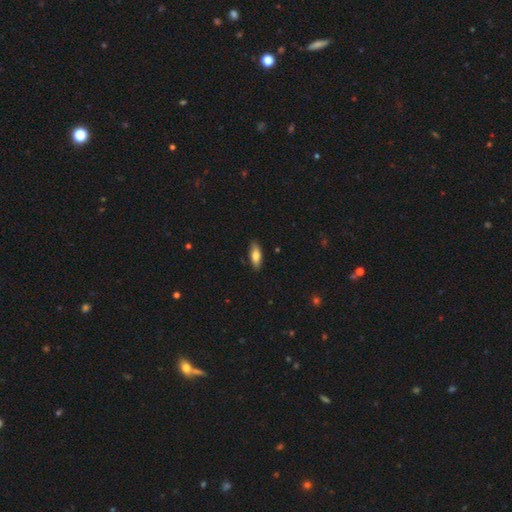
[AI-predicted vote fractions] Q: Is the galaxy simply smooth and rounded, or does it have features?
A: smooth — 78%.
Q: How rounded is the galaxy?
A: in between — 74%.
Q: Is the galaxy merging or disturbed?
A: none — 87%.